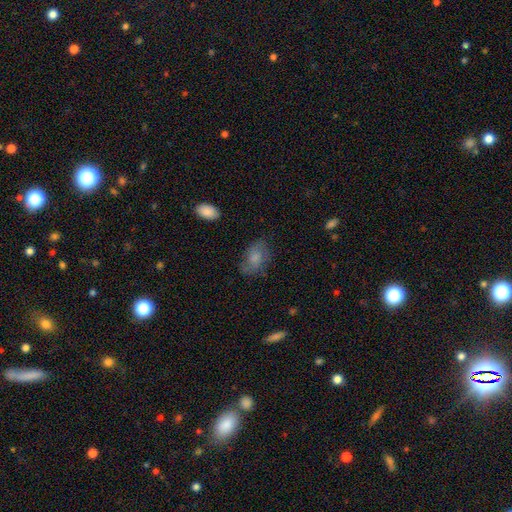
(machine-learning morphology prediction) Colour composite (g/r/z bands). It shows a smooth galaxy with no disk features (53%) that is in between round and cigar-shaped (79%). Merging: none (72%).